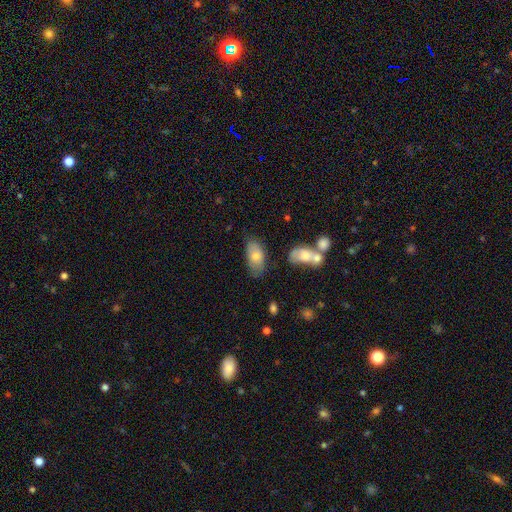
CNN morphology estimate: Smooth or featured? smooth (74%)
How rounded? in between (93%)
Merging? none (61%)